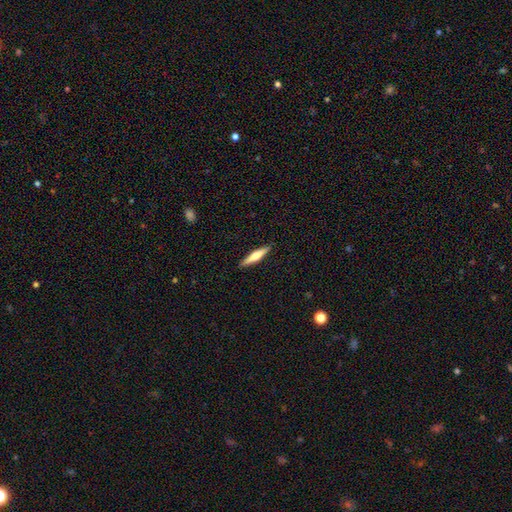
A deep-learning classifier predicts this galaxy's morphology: Smooth or featured? Predicted: featured or disk (p=0.48). Merging? Predicted: none (p=0.91).